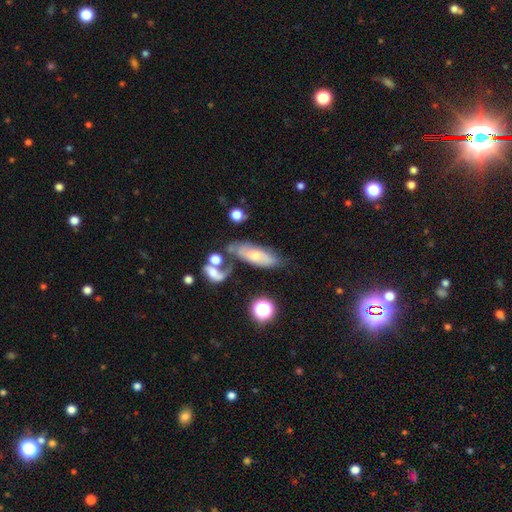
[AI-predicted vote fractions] This is possibly a smooth galaxy (51%). How rounded: likely in between (71%). Merging: marginally none (43%).